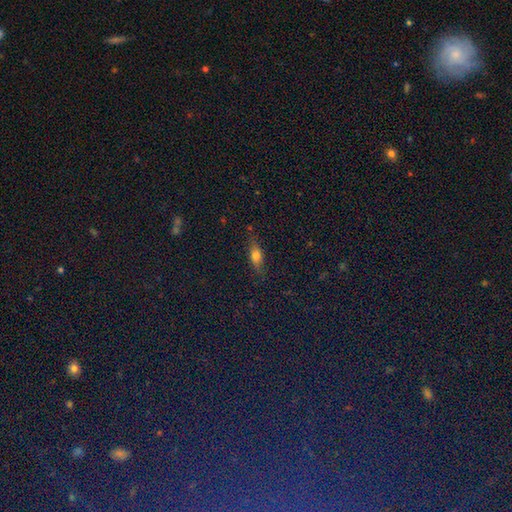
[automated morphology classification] Overall: smooth (63%; featured or disk 24%). How rounded: in between (62%; cigar-shaped 31%). Merging: none (77%).